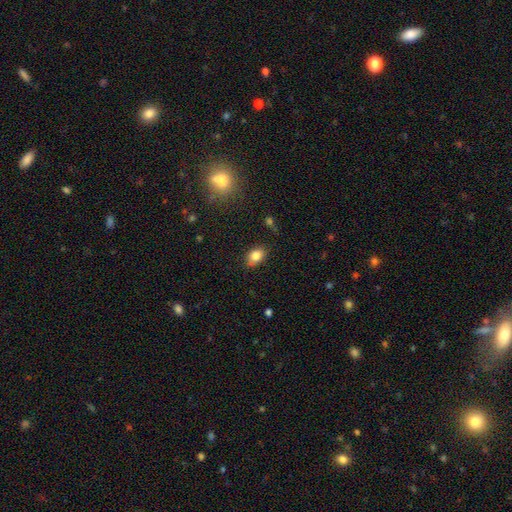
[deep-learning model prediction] Morphology: type=smooth (83%); roundness=in between (81%); merging=none (82%).